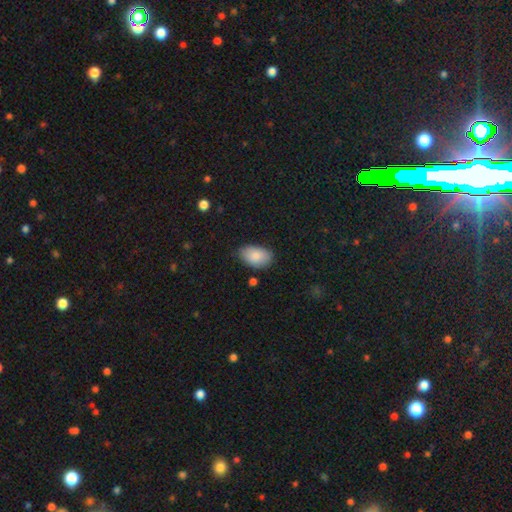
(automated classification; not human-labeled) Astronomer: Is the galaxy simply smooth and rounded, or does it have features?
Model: smooth — 86%.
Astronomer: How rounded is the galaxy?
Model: in between — 91%.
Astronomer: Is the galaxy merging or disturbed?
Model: none — 75%.